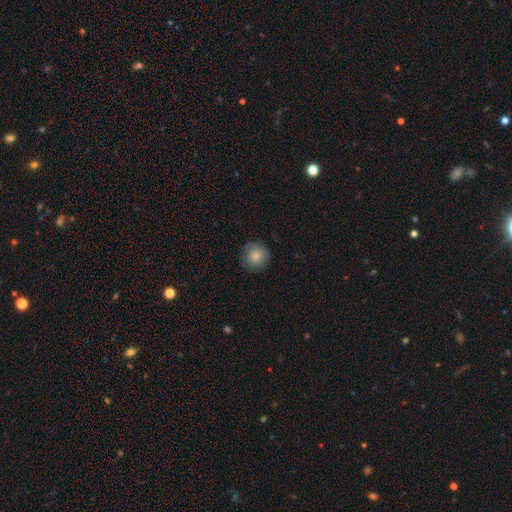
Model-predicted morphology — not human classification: A smooth galaxy with no disk features (84%) that is round (94%).

Vote fractions:
- Smooth or featured? smooth: 84% / star or artifact: 9% / featured or disk: 7%
- How rounded? round: 94% / in between: 5% / cigar-shaped: 1%
- Merging? none: 85% / minor disturbance: 11% / major disturbance: 3% / merger: 1%